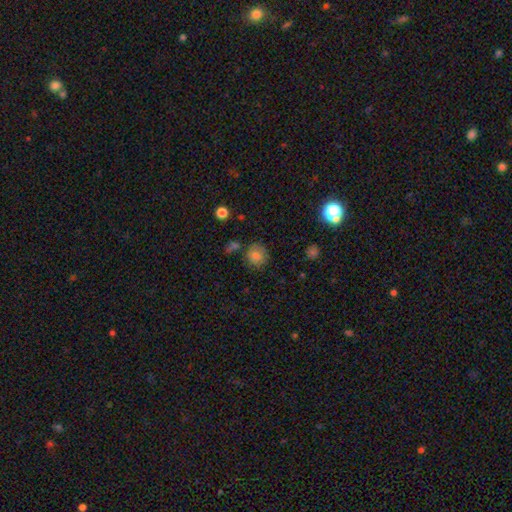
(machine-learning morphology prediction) Smooth or featured?
  - smooth: 75% *
  - featured or disk: 13%
  - star or artifact: 12%
How rounded?
  - round: 85% *
  - in between: 15%
  - cigar-shaped: 1%
Merging?
  - none: 73% *
  - minor disturbance: 15%
  - merger: 7%
  - major disturbance: 4%